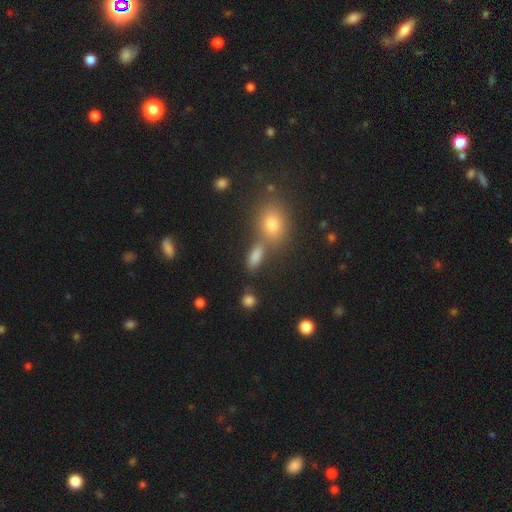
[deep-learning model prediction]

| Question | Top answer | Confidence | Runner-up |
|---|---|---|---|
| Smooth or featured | smooth | 78% | star or artifact (13%) |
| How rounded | in between | 74% | cigar-shaped (15%) |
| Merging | none | 57% | merger (25%) |